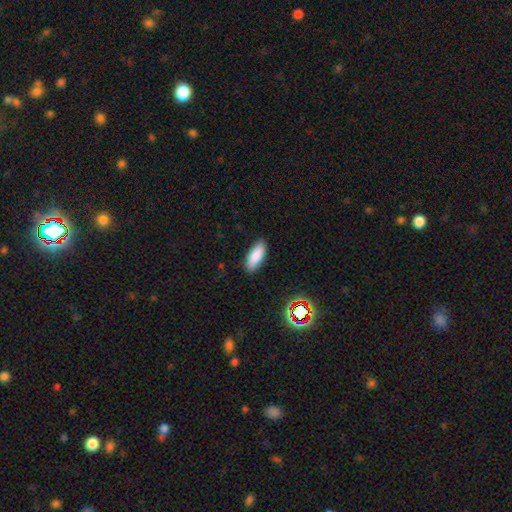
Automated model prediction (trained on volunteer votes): smooth-or-featured: smooth: 86% | star or artifact: 8% | featured or disk: 6%
  how-rounded: in between: 77% | cigar-shaped: 21% | round: 2%
  merging: none: 87% | minor disturbance: 10% | major disturbance: 2% | merger: 1%